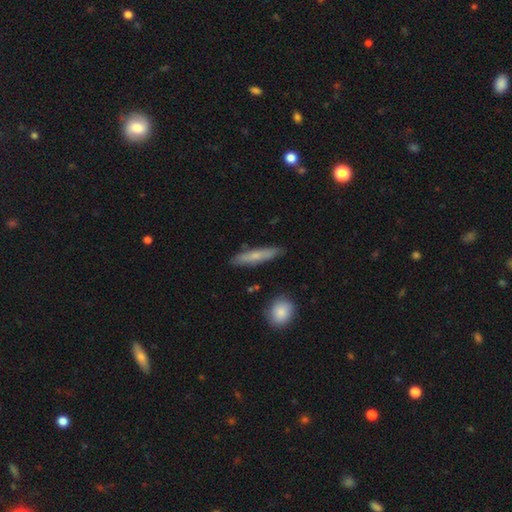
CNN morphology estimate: Smooth or featured? Predicted: smooth (p=0.62). How rounded? Predicted: cigar-shaped (p=0.84). Merging? Predicted: none (p=0.85).